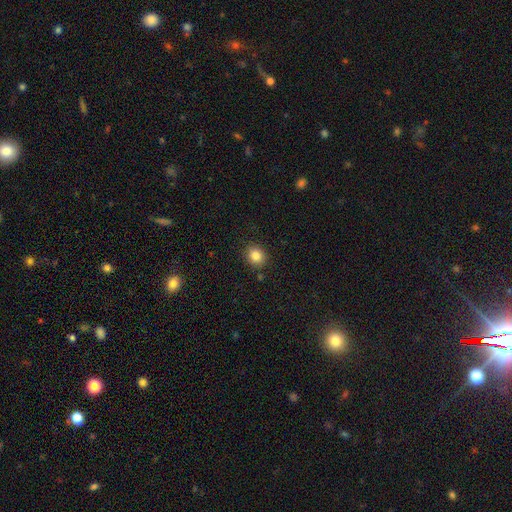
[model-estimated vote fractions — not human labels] Overall: smooth (84%). How rounded: round (71%). Merging: none (88%).